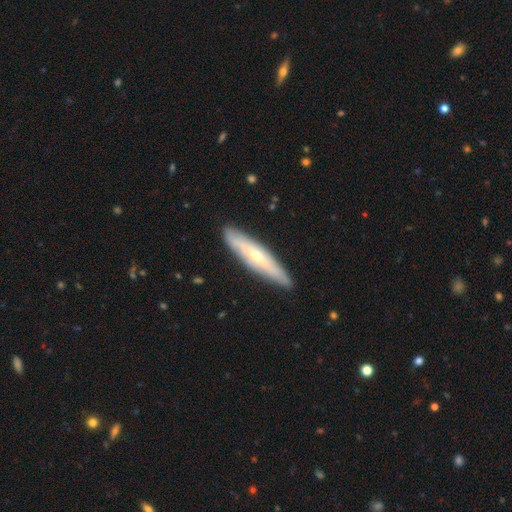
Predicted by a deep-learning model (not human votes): smooth_or_featured: featured or disk (p=0.57) [alt: smooth p=0.37]
disk_edge_on: yes (p=0.70) [alt: no p=0.30]
merging: none (p=0.86) [alt: minor disturbance p=0.11]